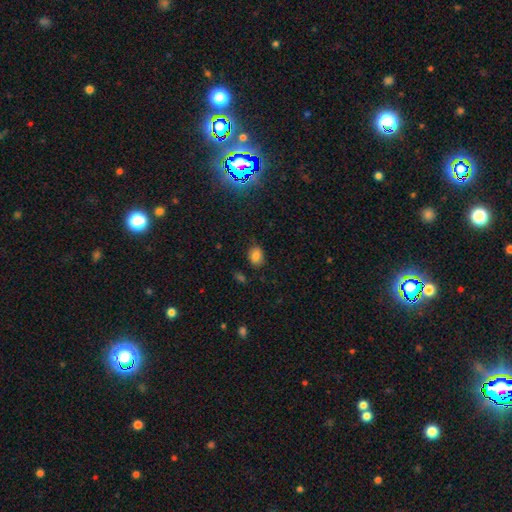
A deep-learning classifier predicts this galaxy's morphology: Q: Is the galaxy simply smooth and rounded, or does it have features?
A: smooth — 83%.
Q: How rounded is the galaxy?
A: in between — 60%.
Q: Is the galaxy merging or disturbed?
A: none — 83%.